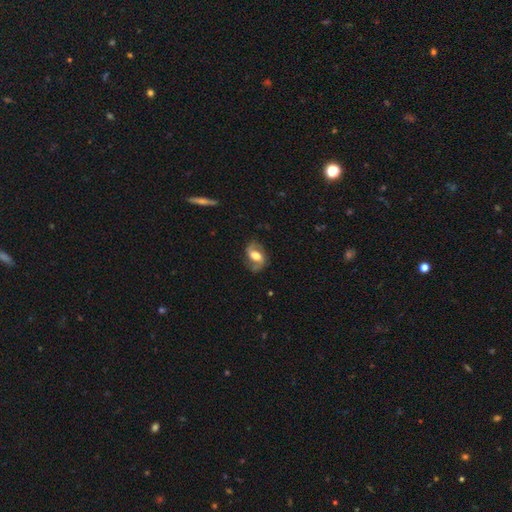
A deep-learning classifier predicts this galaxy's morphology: Overall: featured or disk (78%). Edge-on disk: no (96%). Bar: weak (44%; no 31%). Spiral arms: yes (92%). Spiral arm count: 2 (91%). Spiral winding: medium (48%; loose 36%). Bulge size: moderate (51%; large 35%). Merging: none (76%).